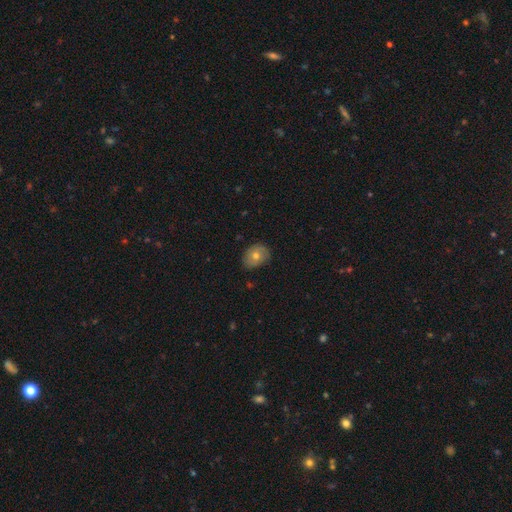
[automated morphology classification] Smooth or featured?
  - smooth: 59% *
  - featured or disk: 32%
  - star or artifact: 9%
How rounded?
  - in between: 58% *
  - round: 41%
  - cigar-shaped: 1%
Merging?
  - none: 77% *
  - minor disturbance: 18%
  - major disturbance: 3%
  - merger: 1%